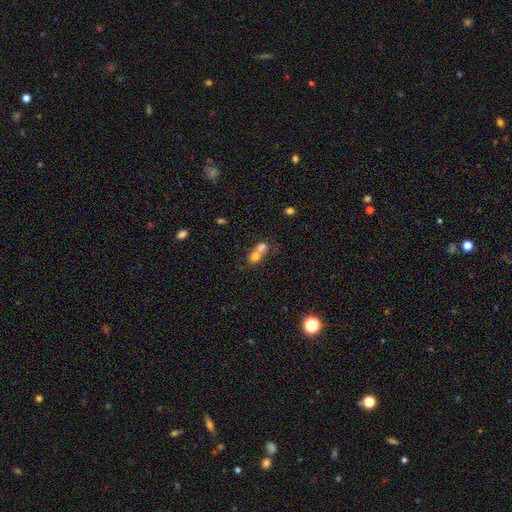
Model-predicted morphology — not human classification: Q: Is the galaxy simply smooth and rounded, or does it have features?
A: smooth — 71%.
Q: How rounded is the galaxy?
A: round — 53%.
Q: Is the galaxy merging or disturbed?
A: merger — 71%.